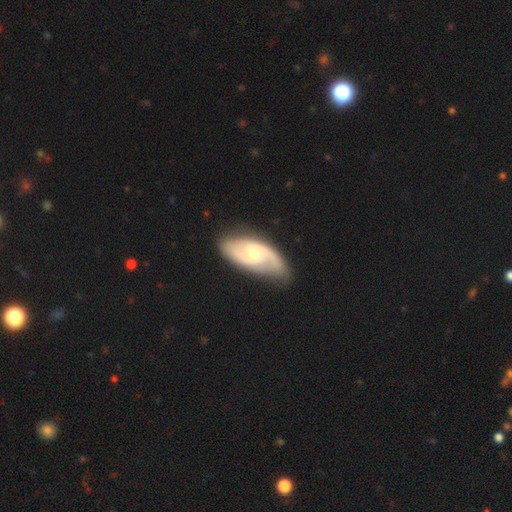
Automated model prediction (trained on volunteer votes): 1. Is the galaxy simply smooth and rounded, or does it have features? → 77% featured or disk, 18% smooth, 6% star or artifact.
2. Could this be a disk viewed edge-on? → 94% no, 6% yes.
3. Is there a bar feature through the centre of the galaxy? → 45% weak (tied), 45% no (tied), 10% strong.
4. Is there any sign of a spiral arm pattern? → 94% yes, 6% no.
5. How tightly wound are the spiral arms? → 46% medium, 30% tight, 24% loose.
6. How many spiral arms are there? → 80% 2, 11% can't tell, 4% 3, 3% 1, 1% 4, 1% more than 4.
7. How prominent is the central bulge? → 54% small, 35% moderate, 7% none, 3% large, 1% dominant.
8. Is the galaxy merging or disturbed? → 73% none, 19% minor disturbance, 5% major disturbance, 2% merger.